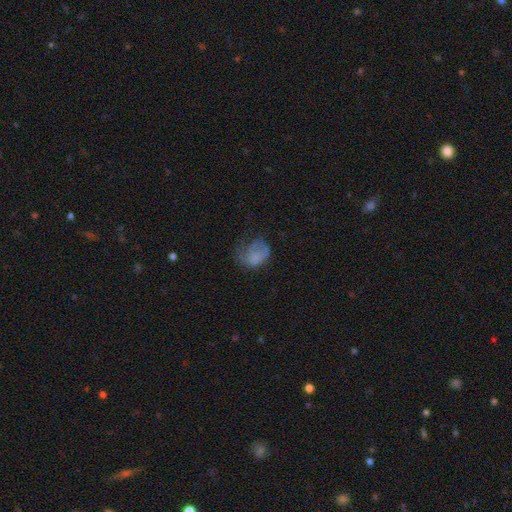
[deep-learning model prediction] Smooth or featured? smooth (55%)
How rounded? in between (62%)
Merging? major disturbance (47%)